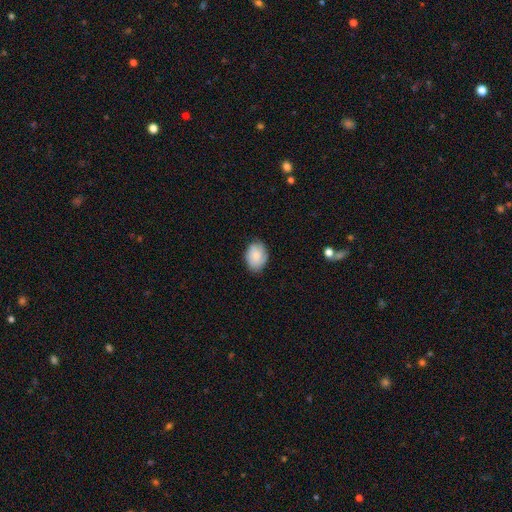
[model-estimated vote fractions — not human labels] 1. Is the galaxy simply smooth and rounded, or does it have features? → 73% smooth, 20% featured or disk, 7% star or artifact.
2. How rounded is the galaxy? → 72% in between, 27% round, 1% cigar-shaped.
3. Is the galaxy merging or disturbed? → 75% none, 20% minor disturbance, 4% major disturbance, 1% merger.